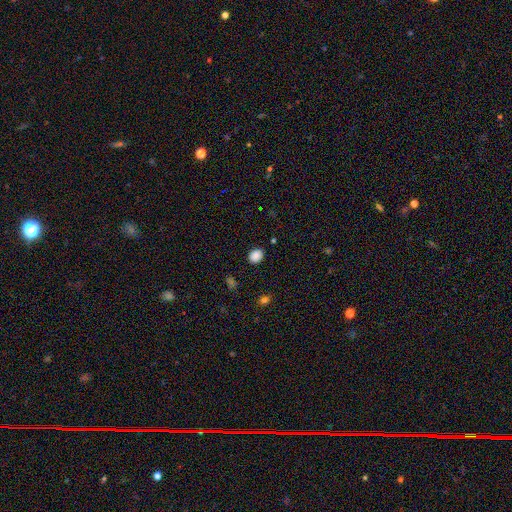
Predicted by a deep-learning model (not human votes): smooth-or-featured: smooth: 87% | star or artifact: 10% | featured or disk: 3%
  how-rounded: in between: 57% | round: 42% | cigar-shaped: 1%
  merging: none: 87% | minor disturbance: 9% | major disturbance: 2% | merger: 1%